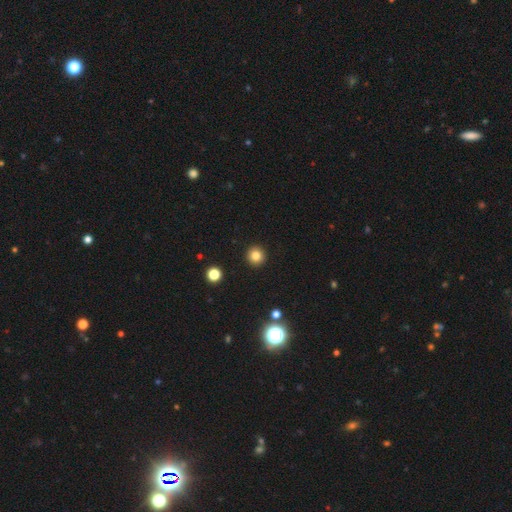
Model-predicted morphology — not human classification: This appears to be a smooth galaxy with no disk features (81%) that is round (94%). Merging: none (93%).